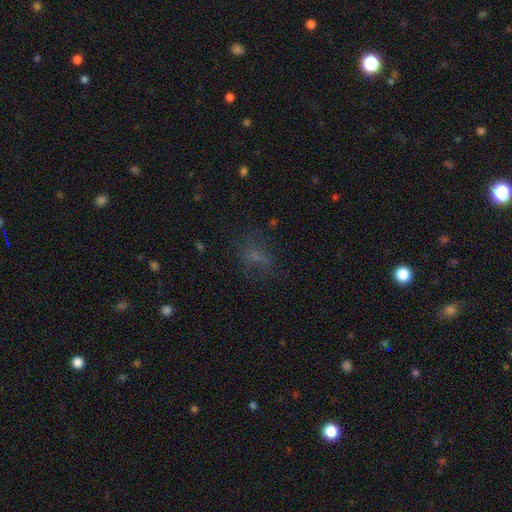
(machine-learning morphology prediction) Smooth or featured? Predicted: smooth (p=0.54). How rounded? Predicted: in between (p=0.68). Merging? Predicted: none (p=0.57).